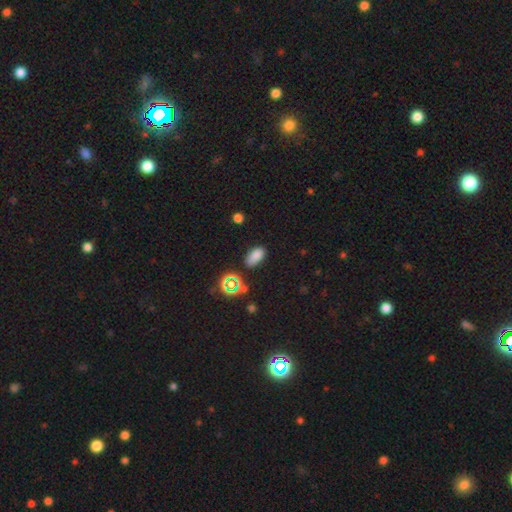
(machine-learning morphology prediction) Smooth or featured? smooth (77%)
How rounded? in between (90%)
Merging? none (75%)